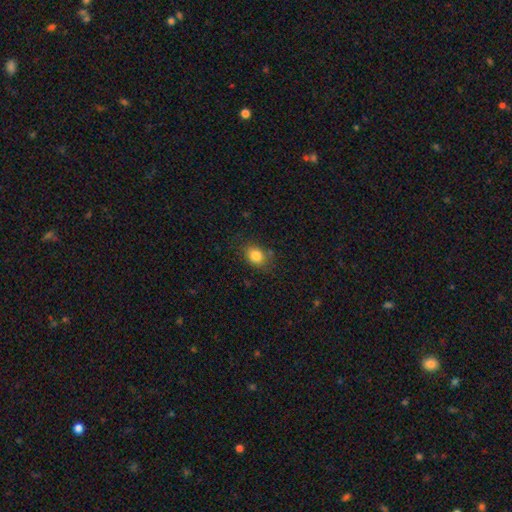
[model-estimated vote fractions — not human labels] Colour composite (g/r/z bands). It shows a smooth galaxy with no disk features (83%) that is in between round and cigar-shaped (58%). Merging: none (79%).